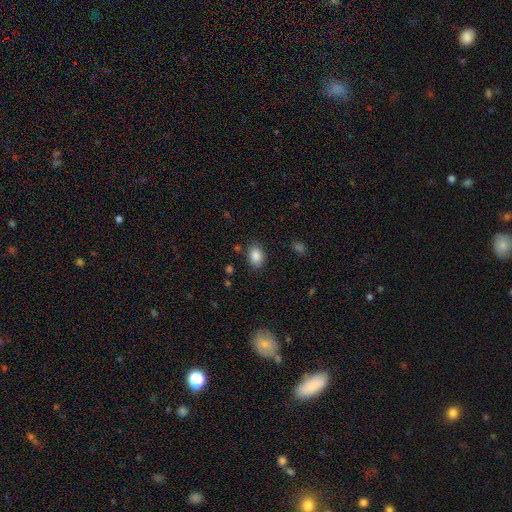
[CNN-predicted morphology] A smooth galaxy with no disk features (87%) that is in between round and cigar-shaped (75%).

Vote fractions:
- Smooth or featured? smooth: 87% / star or artifact: 9% / featured or disk: 5%
- How rounded? in between: 75% / round: 24% / cigar-shaped: 1%
- Merging? none: 84% / minor disturbance: 11% / major disturbance: 3% / merger: 2%